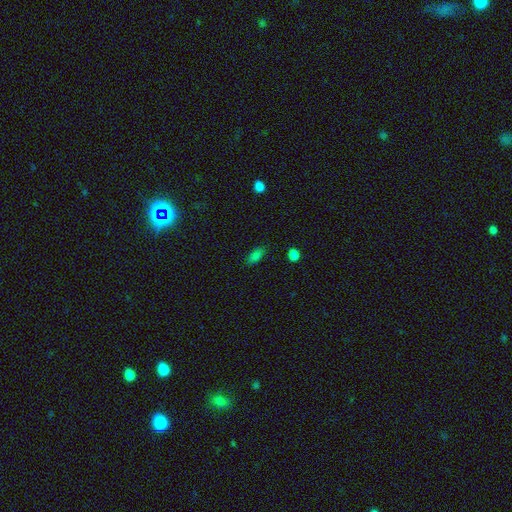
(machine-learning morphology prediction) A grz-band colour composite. It shows a smooth galaxy with no disk features (80%) that is in between round and cigar-shaped (86%). Merging: none (83%).